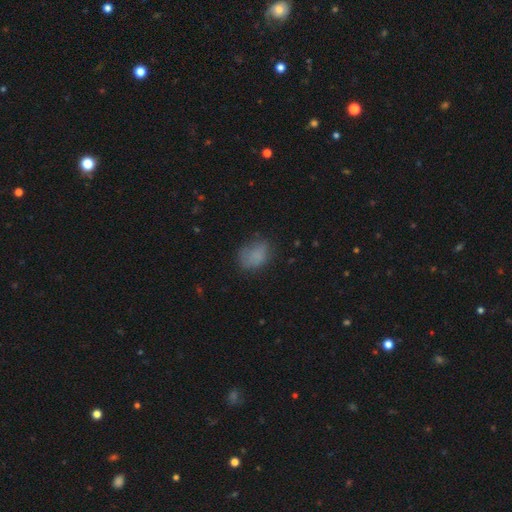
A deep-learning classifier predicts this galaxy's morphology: Smooth or featured? Predicted: smooth (p=0.77). How rounded? Predicted: in between (p=0.68). Merging? Predicted: none (p=0.60).